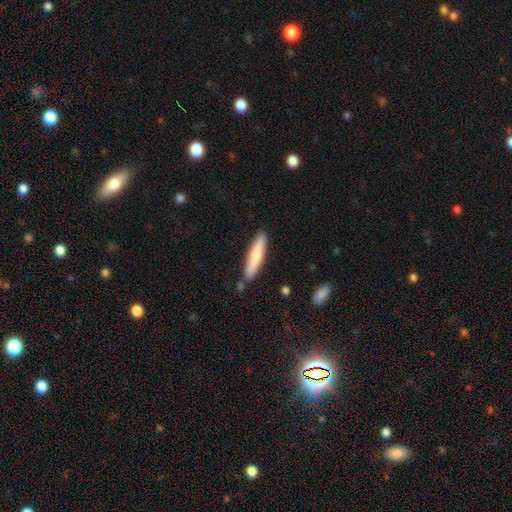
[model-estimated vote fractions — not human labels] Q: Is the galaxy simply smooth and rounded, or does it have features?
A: smooth — 73%.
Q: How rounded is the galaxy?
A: cigar-shaped — 87%.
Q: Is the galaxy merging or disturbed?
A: none — 83%.